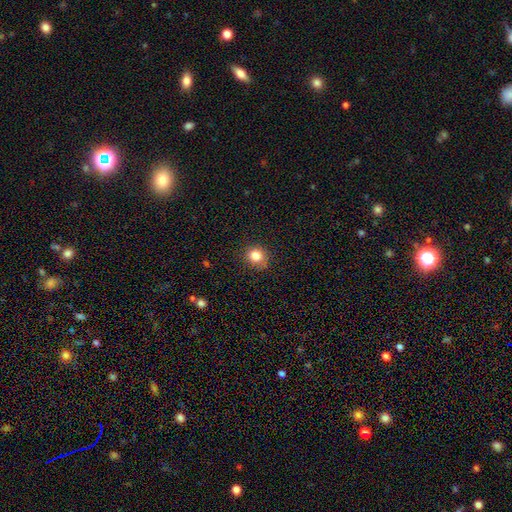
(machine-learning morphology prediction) type=smooth (83%); roundness=round (86%); merging=none (87%).